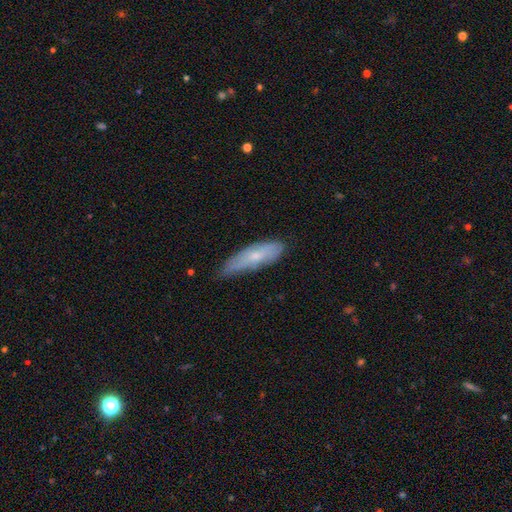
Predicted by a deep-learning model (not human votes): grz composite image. It shows a smooth galaxy with no disk features (61%) that is cigar-shaped (54%). Merging: none (58%).